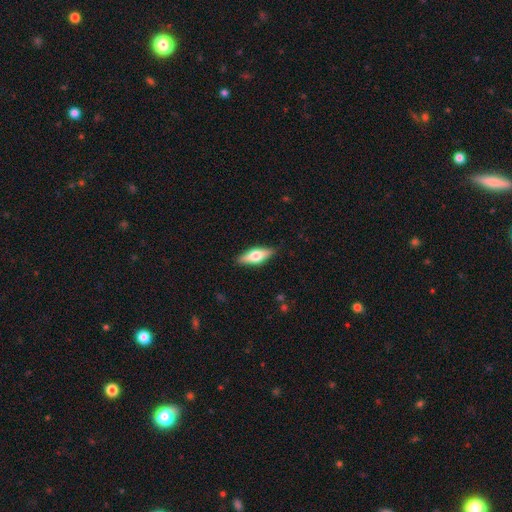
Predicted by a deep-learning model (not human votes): Smooth or featured? smooth (50%)
How rounded? in between (62%)
Merging? none (88%)